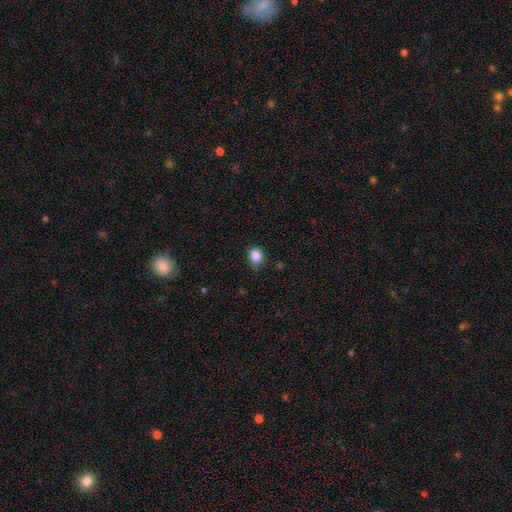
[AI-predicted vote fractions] This is clearly a smooth galaxy (86%). How rounded: likely round (62%). Merging: likely none (74%).